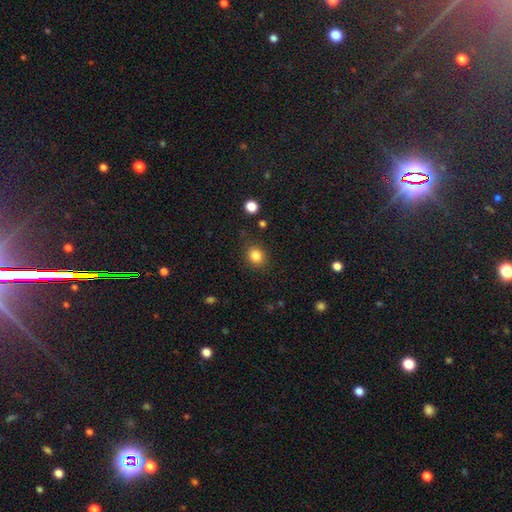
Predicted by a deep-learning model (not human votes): Smooth or featured?
  - smooth: 84% *
  - star or artifact: 11%
  - featured or disk: 5%
How rounded?
  - round: 68% *
  - in between: 31%
  - cigar-shaped: 1%
Merging?
  - none: 85% *
  - minor disturbance: 10%
  - major disturbance: 3%
  - merger: 2%